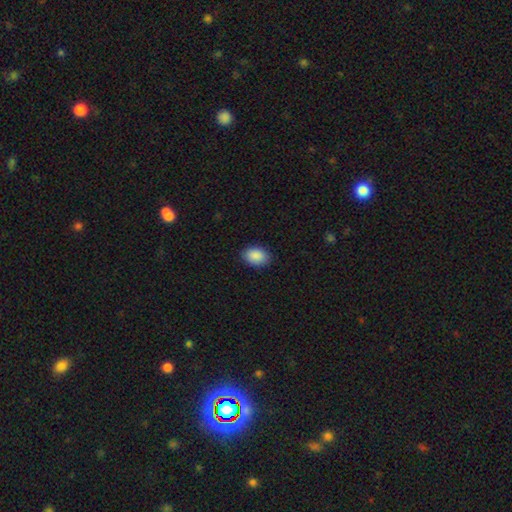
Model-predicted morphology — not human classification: Overall: smooth (89%). How rounded: in between (77%). Merging: none (89%).